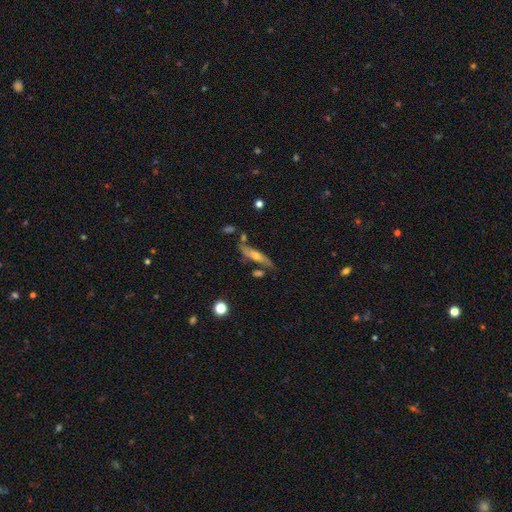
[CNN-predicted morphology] Smooth or featured? Predicted: featured or disk (p=0.55). Edge-on disk? Predicted: yes (p=0.67). Merging? Predicted: none (p=0.63).